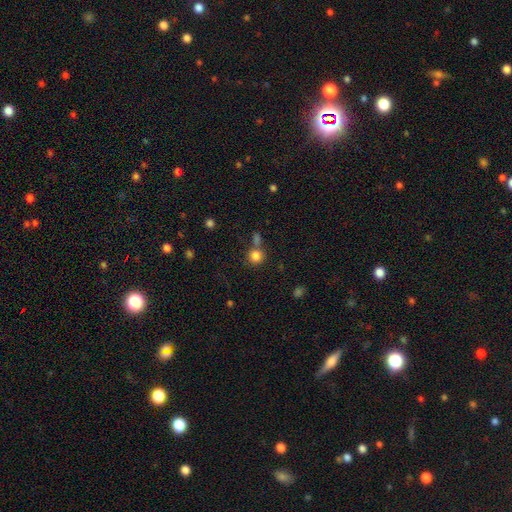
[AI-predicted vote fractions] Smooth or featured: smooth — 83% (star or artifact — 11%)
How rounded: round — 91% (in between — 8%)
Merging: none — 65% (merger — 22%)